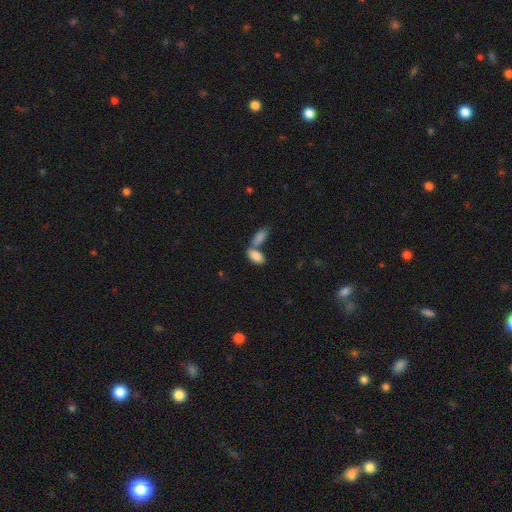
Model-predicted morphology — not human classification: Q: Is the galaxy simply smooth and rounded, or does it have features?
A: smooth — 84%.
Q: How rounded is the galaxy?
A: in between — 92%.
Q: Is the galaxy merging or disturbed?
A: merger — 52%.